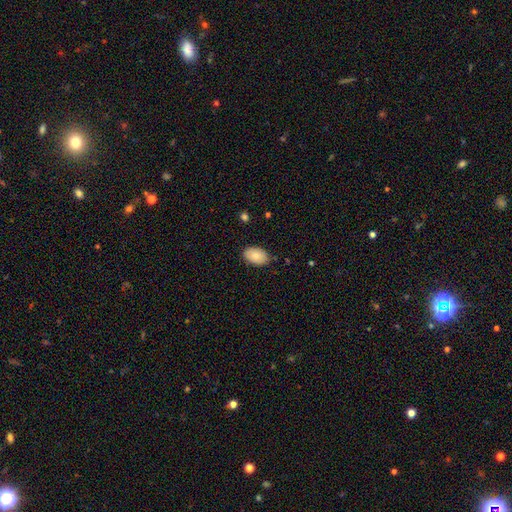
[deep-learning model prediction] Smooth or featured?
  - smooth: 84% *
  - featured or disk: 10%
  - star or artifact: 7%
How rounded?
  - in between: 92% *
  - round: 7%
  - cigar-shaped: 1%
Merging?
  - none: 86% *
  - minor disturbance: 11%
  - major disturbance: 2%
  - merger: 1%